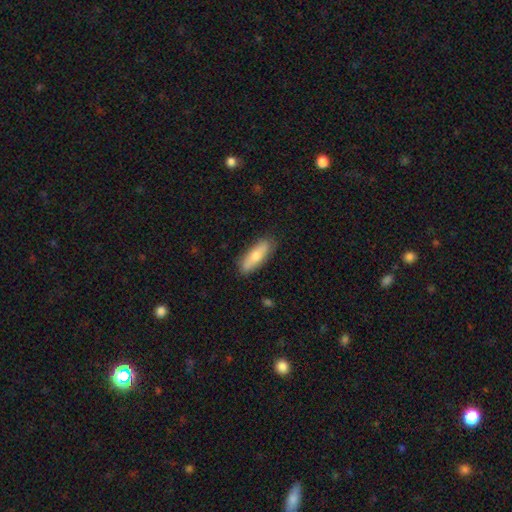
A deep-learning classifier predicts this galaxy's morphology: Smooth or featured: smooth — 72% (featured or disk — 22%)
How rounded: in between — 52% (cigar-shaped — 46%)
Merging: none — 83% (minor disturbance — 13%)